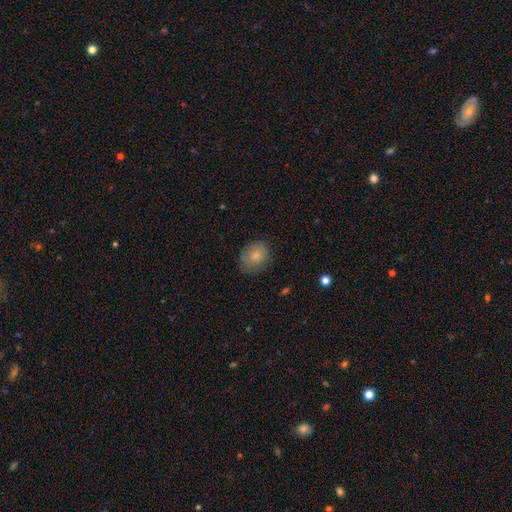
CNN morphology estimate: This is likely a smooth galaxy (79%). How rounded: possibly round (54%). Merging: likely none (72%).